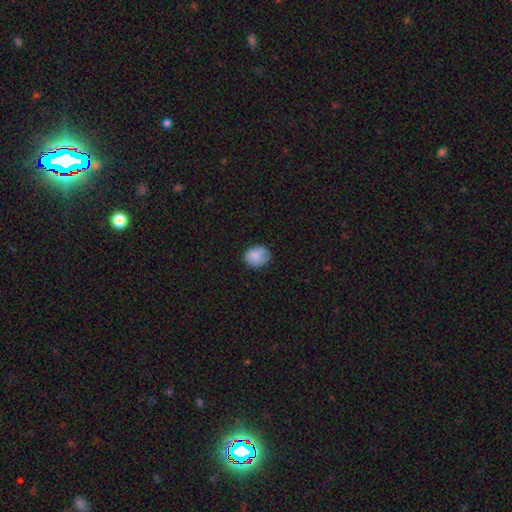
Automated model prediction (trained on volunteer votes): A smooth galaxy with no disk features (82%) that is round (55%). Merging: none (70%).